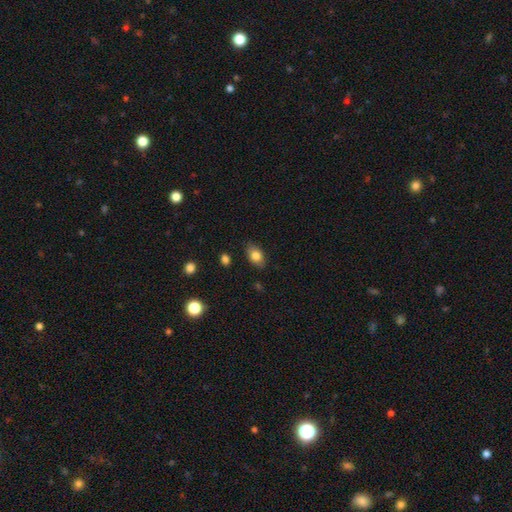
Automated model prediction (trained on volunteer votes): Smooth or featured: smooth — 81% (featured or disk — 11%)
How rounded: in between — 84% (round — 14%)
Merging: none — 83% (minor disturbance — 13%)